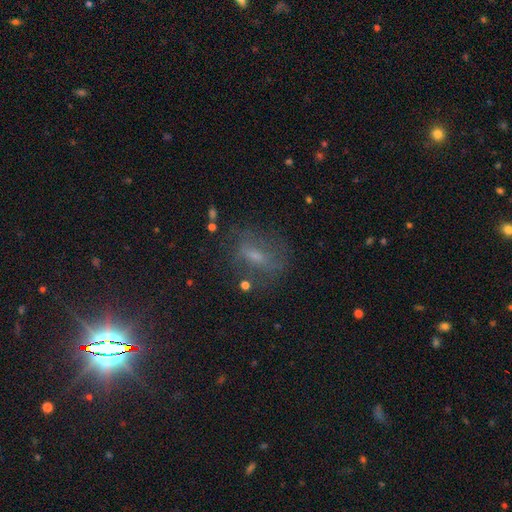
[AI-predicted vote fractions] Smooth or featured: smooth — 39% (tied with featured or disk — 39%)
Merging: none — 65% (minor disturbance — 19%)